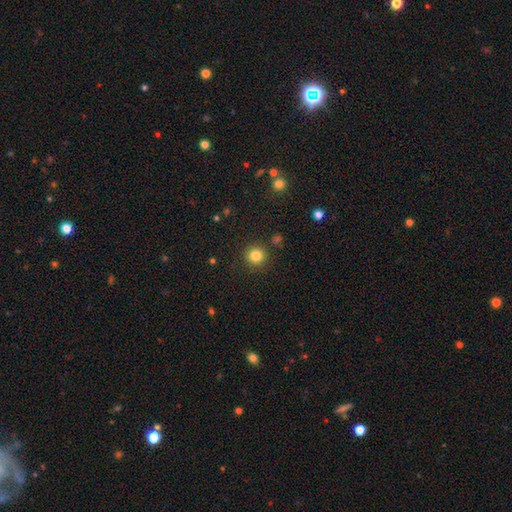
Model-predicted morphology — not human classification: smooth_or_featured: smooth (p=0.83) [alt: star or artifact p=0.12]
how_rounded: round (p=0.93) [alt: in between p=0.06]
merging: none (p=0.90) [alt: minor disturbance p=0.06]